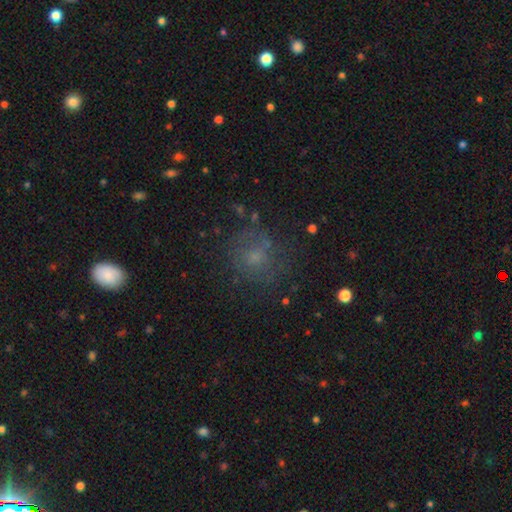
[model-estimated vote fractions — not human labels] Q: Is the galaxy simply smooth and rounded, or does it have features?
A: smooth — 54%.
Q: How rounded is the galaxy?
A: round — 79%.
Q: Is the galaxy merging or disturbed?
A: none — 66%.